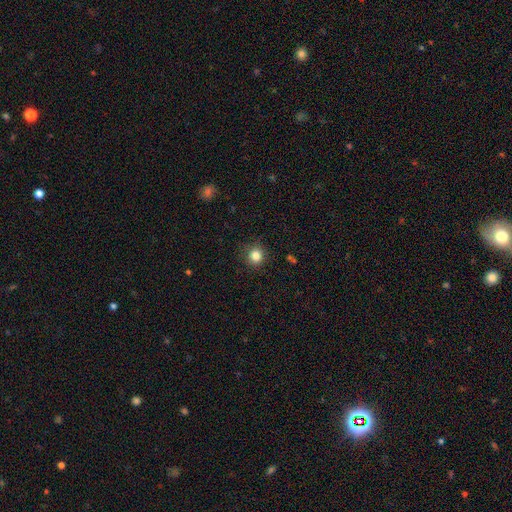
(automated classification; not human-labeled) This appears to be a smooth galaxy with no disk features (84%) that is round (90%). Merging: none (88%).